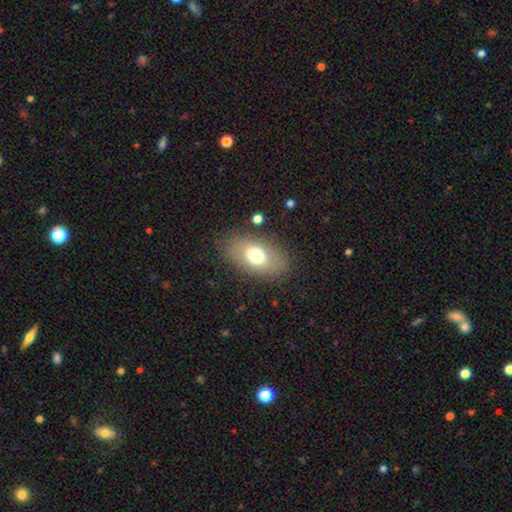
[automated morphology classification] This appears to be a smooth galaxy with no disk features (70%) that is in between round and cigar-shaped (89%). Merging: none (82%).